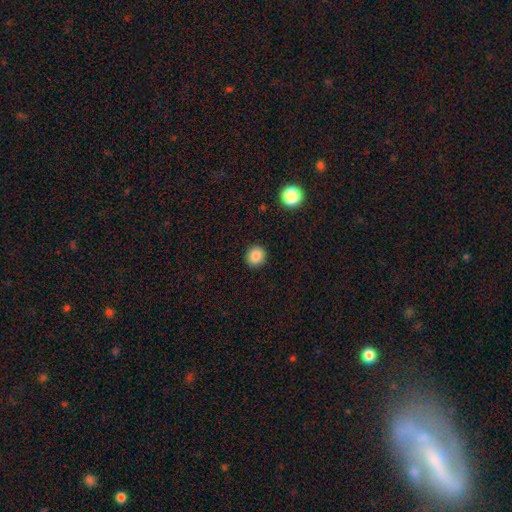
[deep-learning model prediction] Smooth or featured: smooth — 86% (star or artifact — 10%)
How rounded: round — 85% (in between — 14%)
Merging: none — 92% (minor disturbance — 5%)